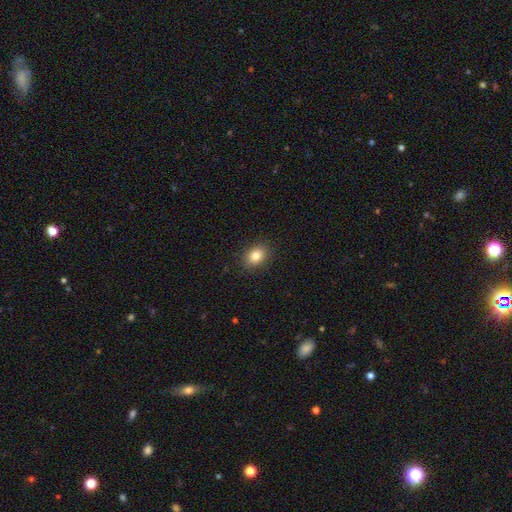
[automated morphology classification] smooth 83%, star or artifact 10%, featured or disk 7%. Down the decision tree: how rounded — in between (64%); merging — none (89%).